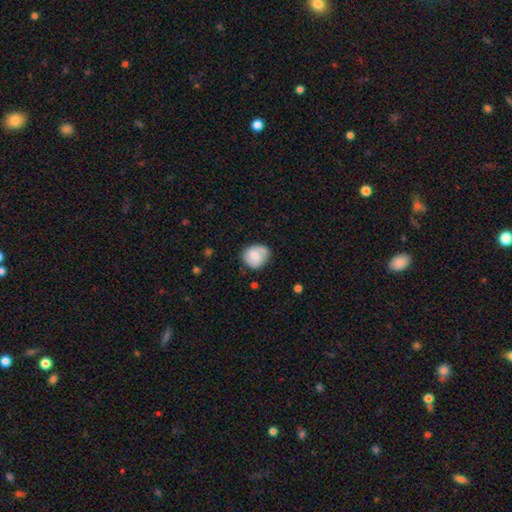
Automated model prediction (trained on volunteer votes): Smooth or featured: smooth — 66% (featured or disk — 27%)
How rounded: round — 73% (in between — 26%)
Merging: none — 65% (minor disturbance — 25%)